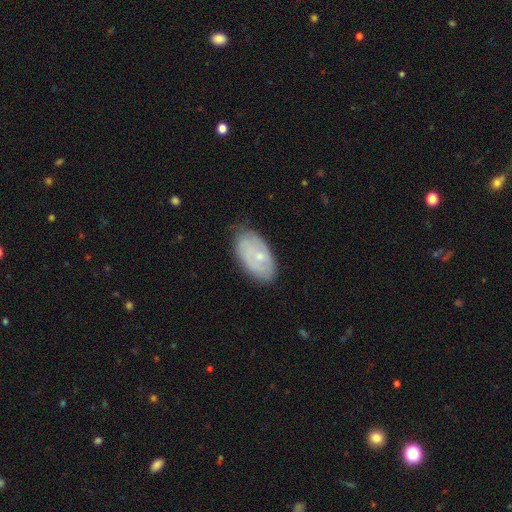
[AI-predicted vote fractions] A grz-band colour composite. It shows a featured or disk galaxy (48%). Merging: none (72%).